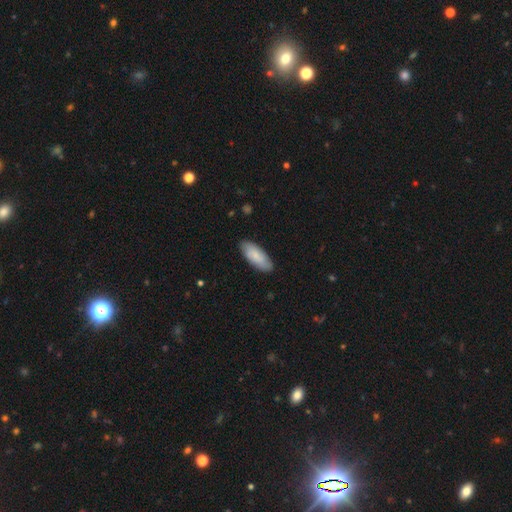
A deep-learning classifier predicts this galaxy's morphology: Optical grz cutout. It shows a smooth galaxy with no disk features (76%) that is in between round and cigar-shaped (78%). Merging: none (85%).